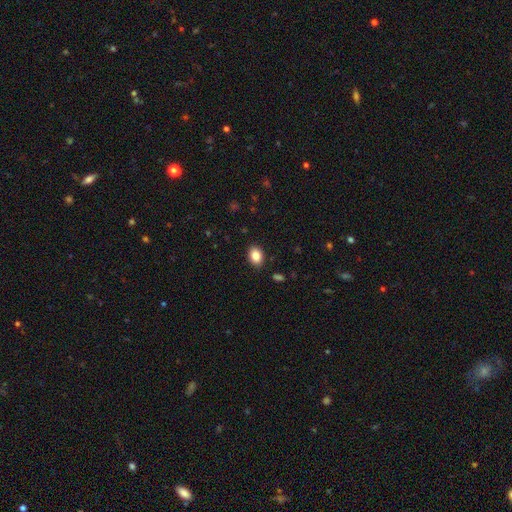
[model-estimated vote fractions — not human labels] The model was most divided on "how rounded": in between: 76%, round: 23%, cigar-shaped: 1%. More confident: merging — none (89%); smooth or featured — smooth (87%).